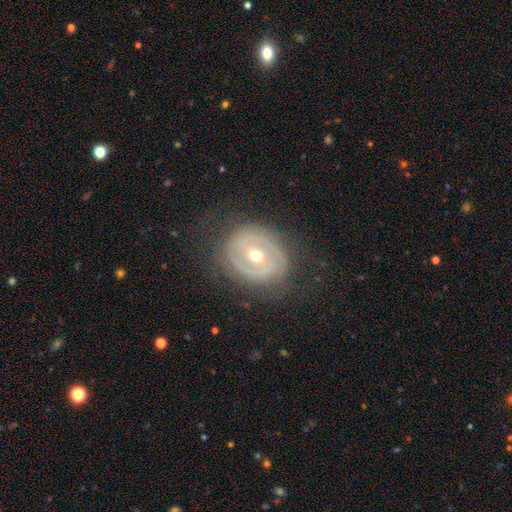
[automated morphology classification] smooth_or_featured: featured or disk (p=0.71) [alt: smooth p=0.23]
disk_edge_on: no (p=0.96) [alt: yes p=0.04]
bar: no (p=0.55) [alt: weak p=0.30]
has_spiral_arms: no (p=0.57) [alt: yes p=0.43]
bulge_size: moderate (p=0.70) [alt: small p=0.24]
merging: none (p=0.77) [alt: minor disturbance p=0.15]